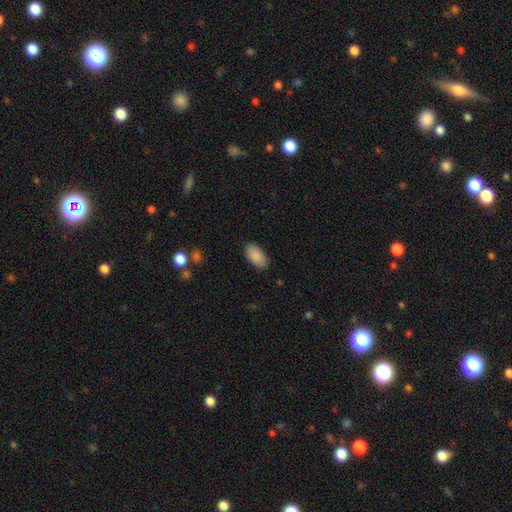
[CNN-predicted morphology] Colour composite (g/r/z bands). It shows a smooth galaxy with no disk features (89%) that is in between round and cigar-shaped (95%). Merging: none (86%).